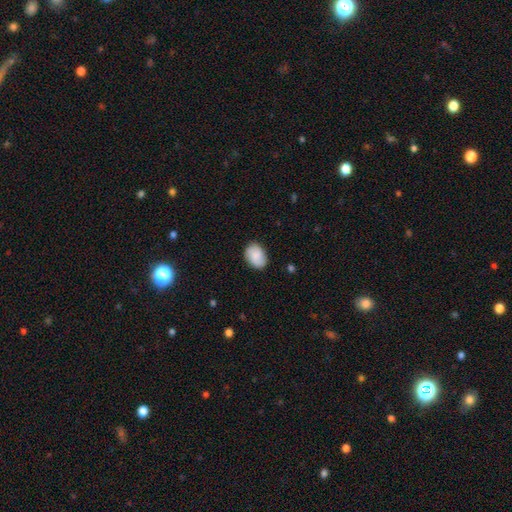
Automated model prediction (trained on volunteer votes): smooth 77%, featured or disk 16%, star or artifact 7%. Down the decision tree: how rounded — in between (76%); merging — none (81%).